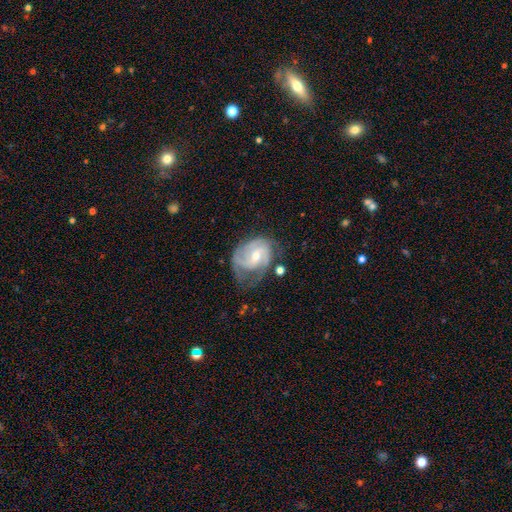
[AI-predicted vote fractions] Smooth or featured? Predicted: featured or disk (p=0.82). Edge-on disk? Predicted: no (p=0.98). Bar? Predicted: weak (p=0.49). Spiral arms? Predicted: yes (p=0.94). Spiral winding? Predicted: tight (p=0.44). Spiral arm count? Predicted: 2 (p=0.41). Bulge size? Predicted: moderate (p=0.51). Merging? Predicted: none (p=0.46).